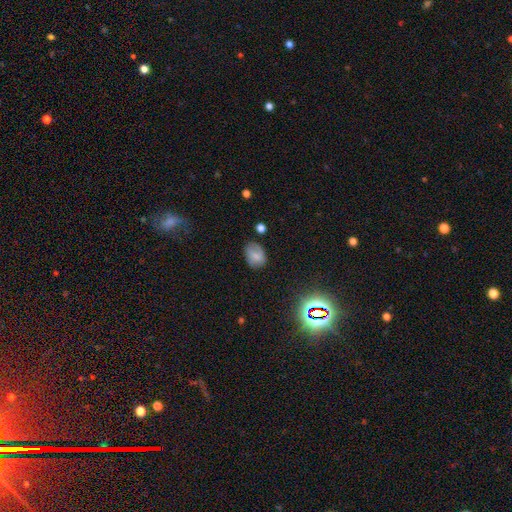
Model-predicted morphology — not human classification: smooth 72%, featured or disk 16%, star or artifact 12%. Down the decision tree: how rounded — in between (70%); merging — none (69%).